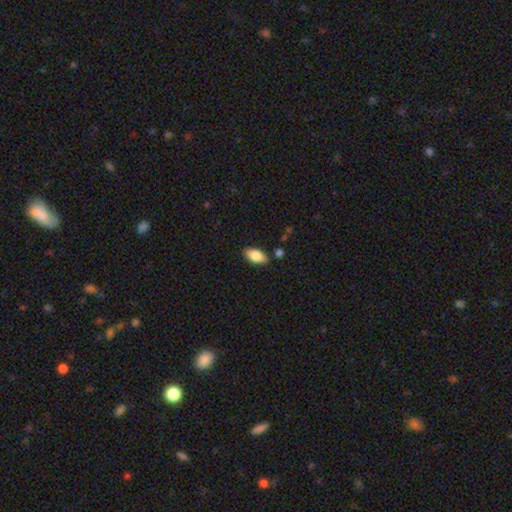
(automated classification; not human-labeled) smooth-or-featured: smooth: 83% | featured or disk: 10% | star or artifact: 7%
  how-rounded: in between: 92% | cigar-shaped: 4% | round: 4%
  merging: none: 84% | minor disturbance: 11% | merger: 3% | major disturbance: 2%